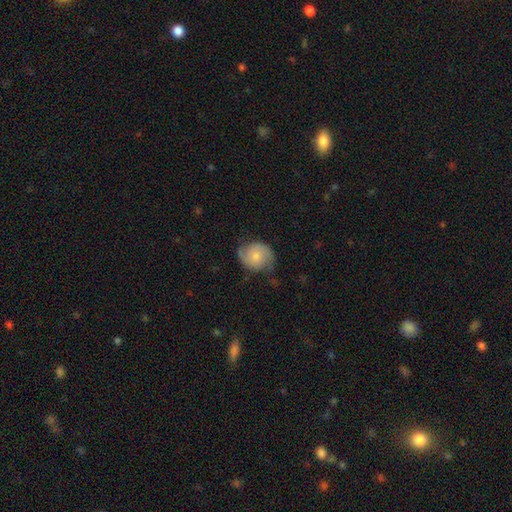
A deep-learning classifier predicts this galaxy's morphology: Smooth or featured? Predicted: featured or disk (p=0.49). Merging? Predicted: none (p=0.58).